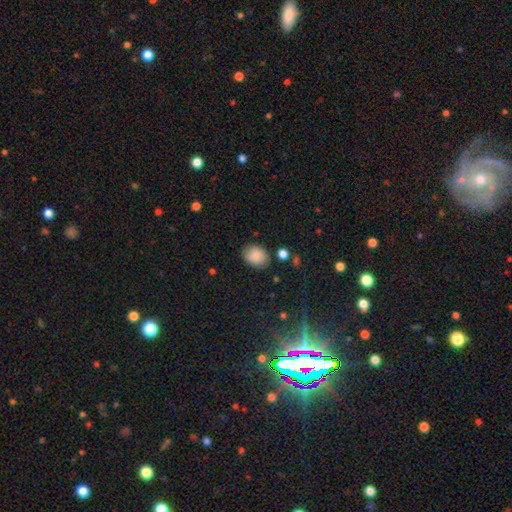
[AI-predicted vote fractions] Smooth or featured? Predicted: smooth (p=0.88). How rounded? Predicted: in between (p=0.57). Merging? Predicted: none (p=0.82).